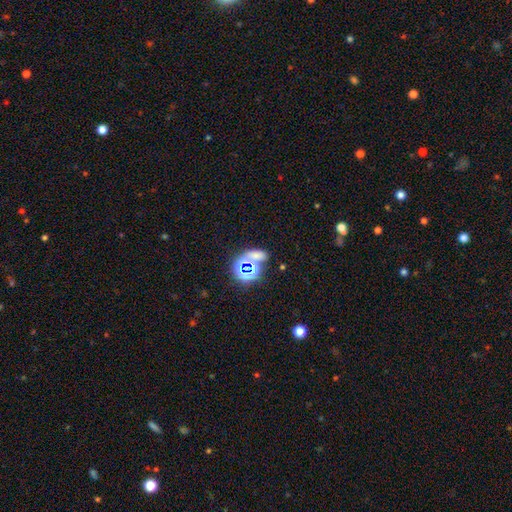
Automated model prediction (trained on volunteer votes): Smooth or featured? star or artifact (47%)